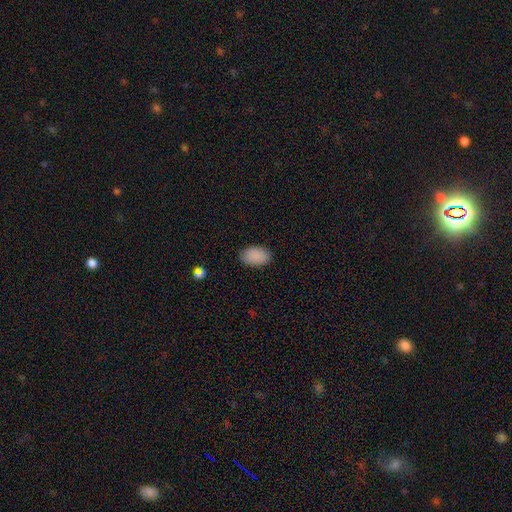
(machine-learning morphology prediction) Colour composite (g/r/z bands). It shows a smooth galaxy with no disk features (89%) that is in between round and cigar-shaped (91%). Merging: none (85%).